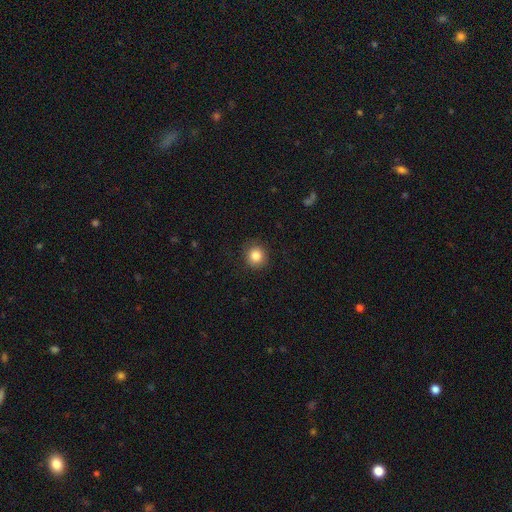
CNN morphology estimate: Smooth or featured? Predicted: smooth (p=0.85). How rounded? Predicted: round (p=0.91). Merging? Predicted: none (p=0.89).